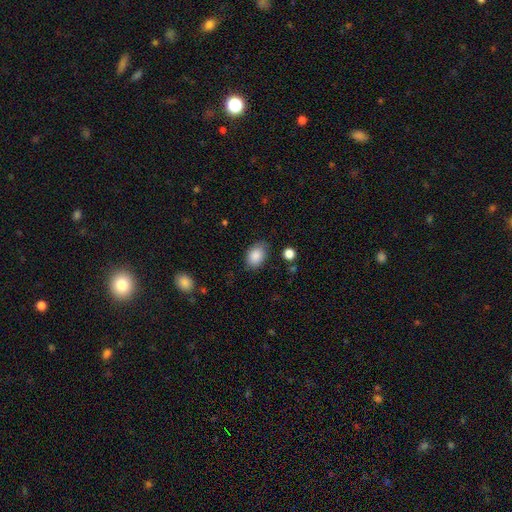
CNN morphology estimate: type=smooth (88%); roundness=in between (84%); merging=none (78%).